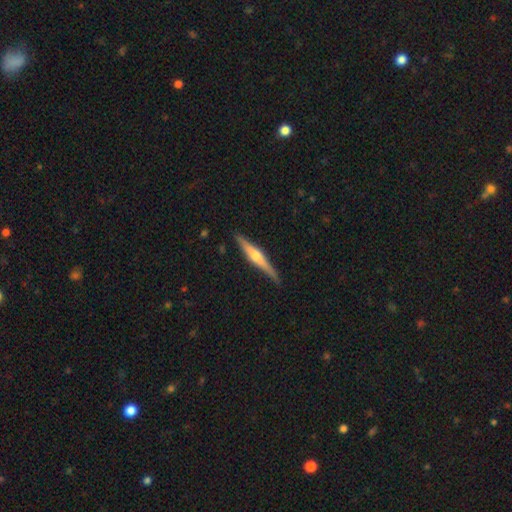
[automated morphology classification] Smooth or featured? Predicted: featured or disk (p=0.72). Edge-on disk? Predicted: yes (p=0.98). Edge-on bulge? Predicted: rounded (p=0.87). Merging? Predicted: none (p=0.88).